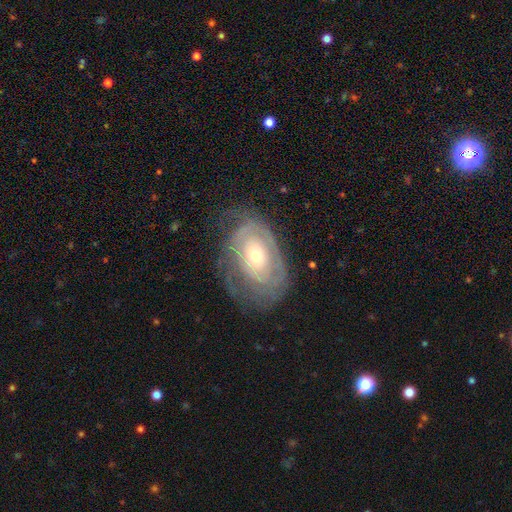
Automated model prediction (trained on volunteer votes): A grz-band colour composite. It shows a featured or disk galaxy (71%) with no bar (83%), spiral arms (68%) and a small central bulge (48%). Merging: none (59%).